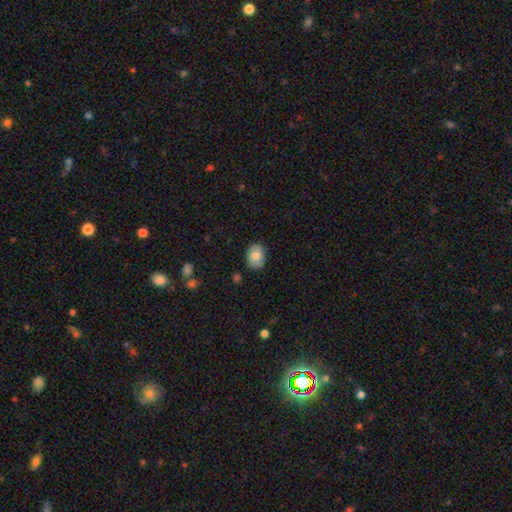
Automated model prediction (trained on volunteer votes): Smooth or featured? Predicted: smooth (p=0.75). How rounded? Predicted: in between (p=0.70). Merging? Predicted: none (p=0.85).